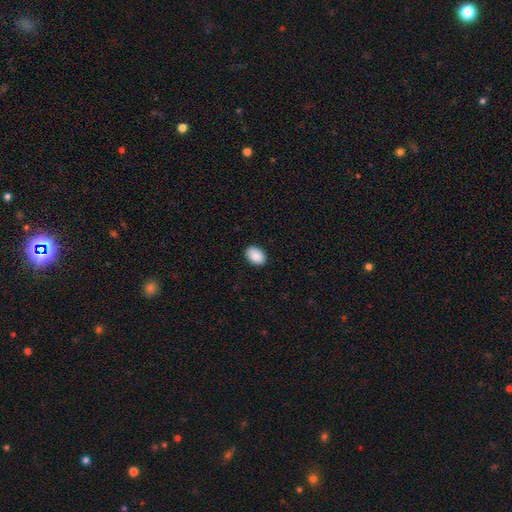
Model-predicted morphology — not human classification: A smooth galaxy with no disk features (90%) that is in between round and cigar-shaped (87%).

Vote fractions:
- Smooth or featured? smooth: 90% / star or artifact: 6% / featured or disk: 4%
- How rounded? in between: 87% / round: 12% / cigar-shaped: 1%
- Merging? none: 89% / minor disturbance: 8% / major disturbance: 2% / merger: 1%